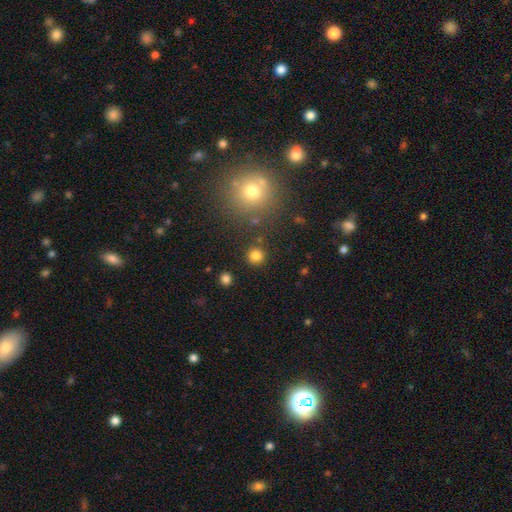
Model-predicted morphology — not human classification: A smooth galaxy with no disk features (81%) that is round (94%).

Vote fractions:
- Smooth or featured? smooth: 81% / star or artifact: 14% / featured or disk: 5%
- How rounded? round: 94% / in between: 5% / cigar-shaped: 1%
- Merging? none: 88% / minor disturbance: 6% / merger: 3% / major disturbance: 3%